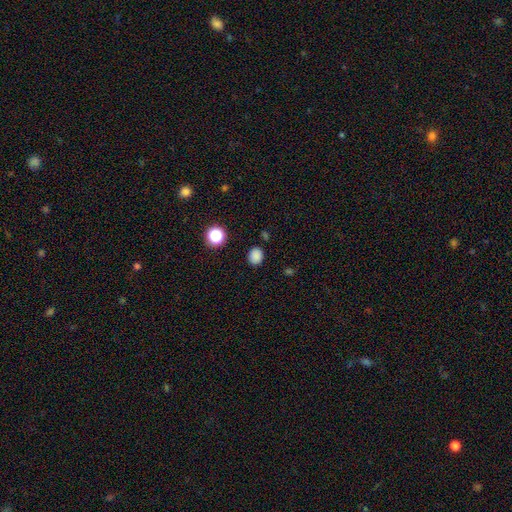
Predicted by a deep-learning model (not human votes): smooth-or-featured: smooth: 83% | star or artifact: 13% | featured or disk: 3%
  how-rounded: round: 65% | in between: 34% | cigar-shaped: 1%
  merging: none: 86% | minor disturbance: 9% | major disturbance: 3% | merger: 2%